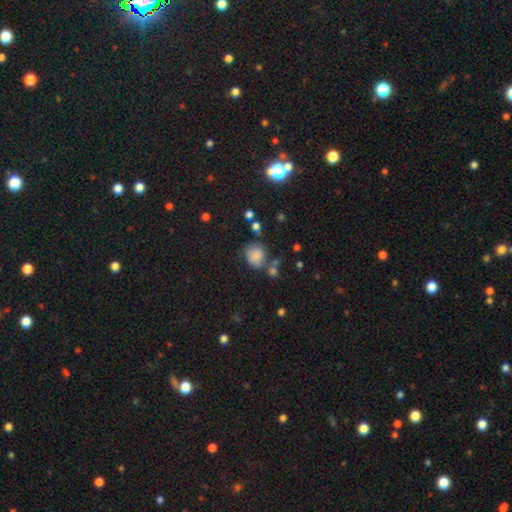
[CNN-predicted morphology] Smooth or featured: smooth — 78% (star or artifact — 12%)
How rounded: round — 71% (in between — 28%)
Merging: none — 56% (minor disturbance — 23%)